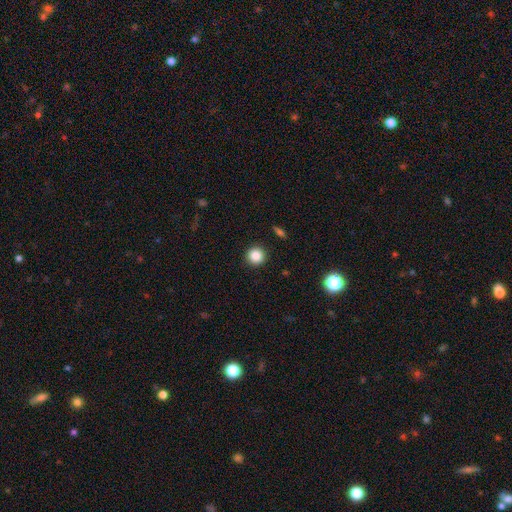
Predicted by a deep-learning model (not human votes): A smooth galaxy with no disk features (86%) that is round (95%). Merging: none (92%).